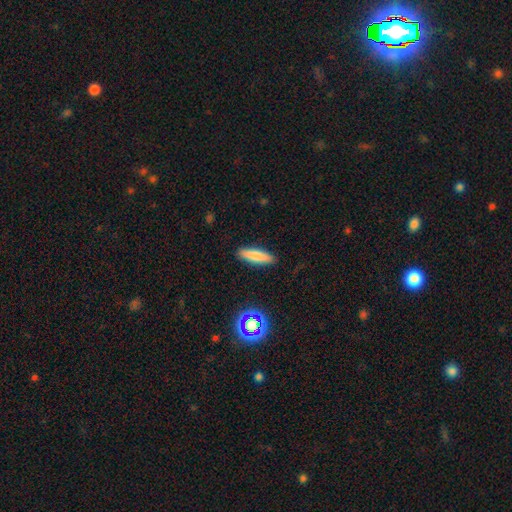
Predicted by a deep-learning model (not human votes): smooth-or-featured: smooth: 82% | featured or disk: 11% | star or artifact: 8%
  how-rounded: cigar-shaped: 68% | in between: 31% | round: 2%
  merging: none: 89% | minor disturbance: 8% | major disturbance: 2% | merger: 1%